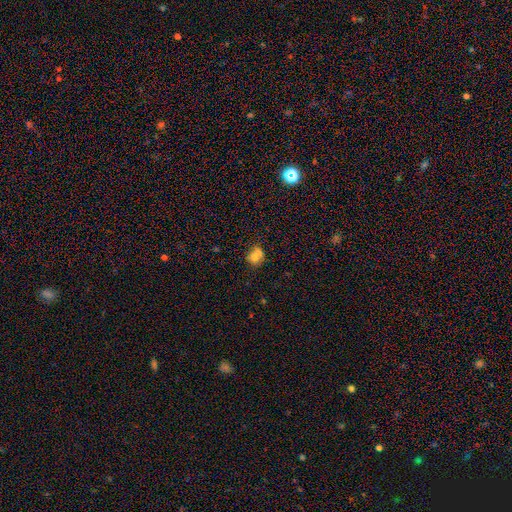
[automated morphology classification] Overall: smooth (66%). How rounded: round (70%). Merging: merger (50%; none 37%).